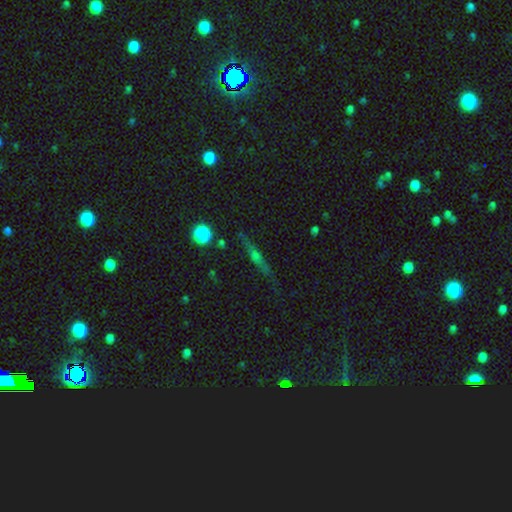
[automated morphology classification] Q: Smooth or featured?
A: featured or disk (59%); runner-up: smooth (24%)
Q: Edge-on disk?
A: yes (94%); runner-up: no (6%)
Q: Edge-on bulge?
A: rounded (78%); runner-up: none (14%)
Q: Merging?
A: none (83%); runner-up: minor disturbance (11%)